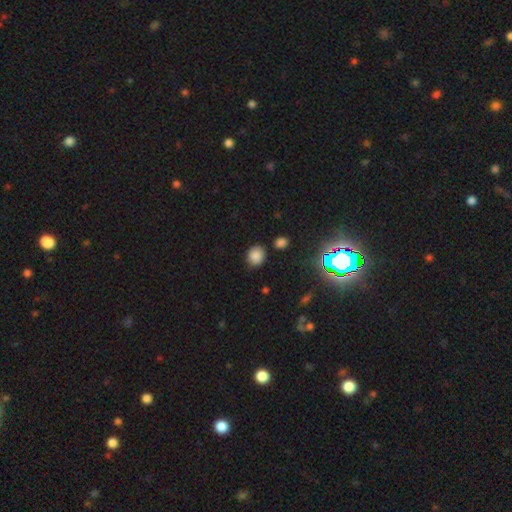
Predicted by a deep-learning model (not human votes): Smooth or featured: smooth — 81% (star or artifact — 14%)
How rounded: round — 75% (in between — 24%)
Merging: none — 79% (minor disturbance — 13%)